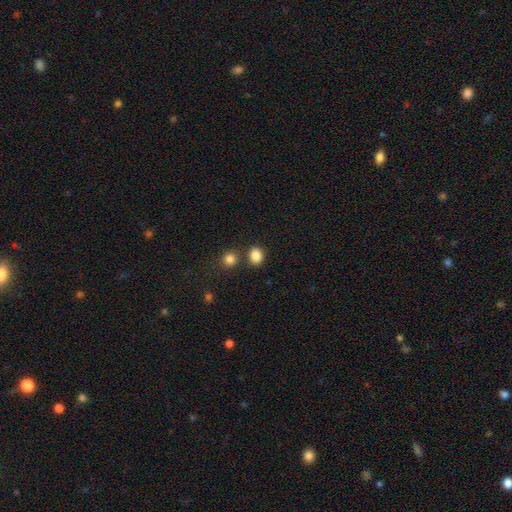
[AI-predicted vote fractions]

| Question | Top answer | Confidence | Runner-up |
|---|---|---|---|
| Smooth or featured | smooth | 85% | star or artifact (10%) |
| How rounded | round | 55% | in between (44%) |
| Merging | none | 74% | merger (14%) |